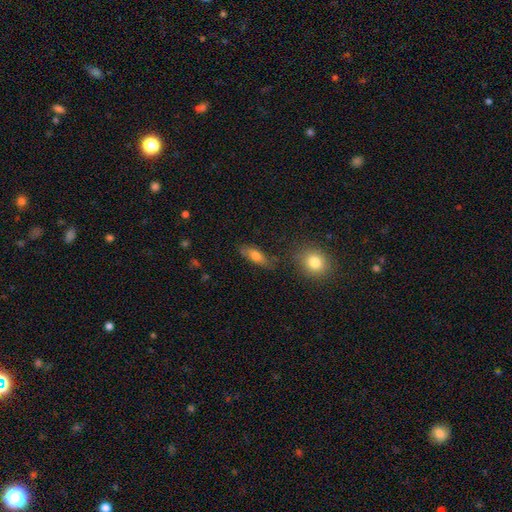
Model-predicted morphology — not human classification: This is likely a smooth galaxy (70%). How rounded: likely in between (70%). Merging: likely none (74%).